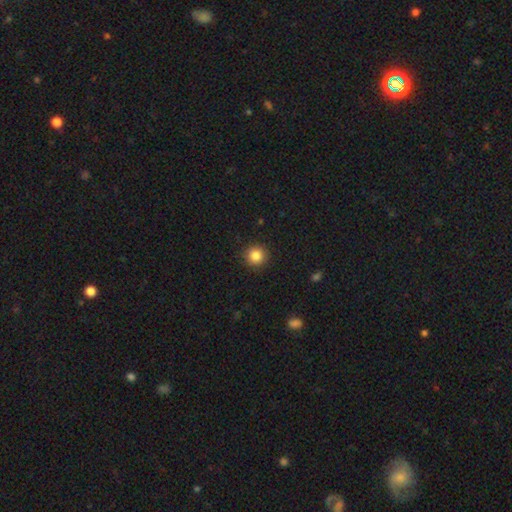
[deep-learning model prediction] smooth 85%, star or artifact 10%, featured or disk 5%. Down the decision tree: how rounded — round (95%); merging — none (92%).